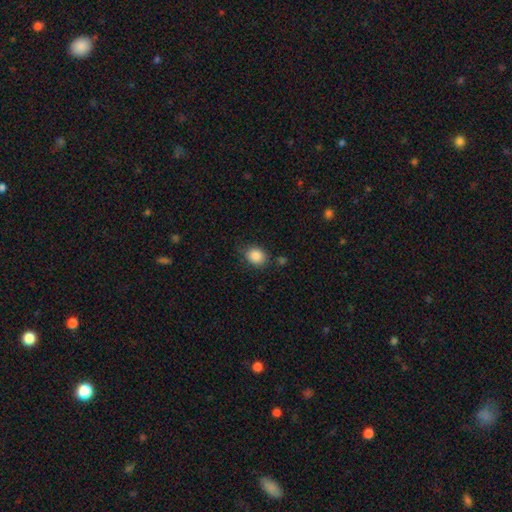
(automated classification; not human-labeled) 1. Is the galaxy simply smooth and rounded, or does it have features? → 87% smooth, 9% star or artifact, 4% featured or disk.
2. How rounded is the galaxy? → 54% round, 45% in between, 1% cigar-shaped.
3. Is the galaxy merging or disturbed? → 77% none, 15% minor disturbance, 4% major disturbance, 3% merger.